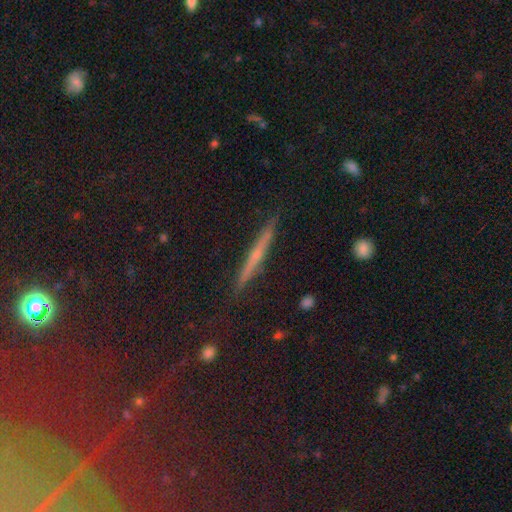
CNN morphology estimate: smooth_or_featured: featured or disk (p=0.50) [alt: smooth p=0.33]
merging: none (p=0.90) [alt: minor disturbance p=0.07]